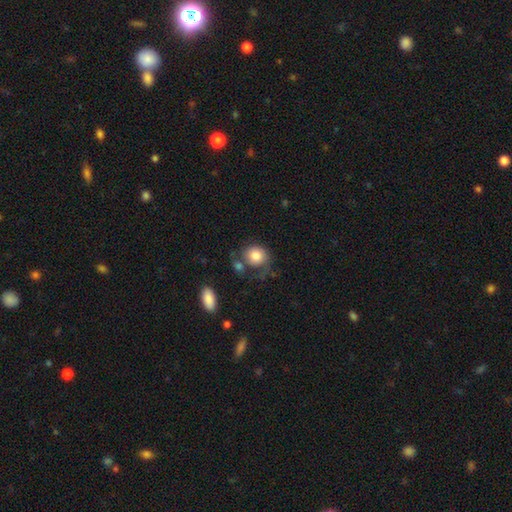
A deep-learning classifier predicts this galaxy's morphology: A smooth galaxy with no disk features (78%) that is round (73%).

Vote fractions:
- Smooth or featured? smooth: 78% / featured or disk: 14% / star or artifact: 7%
- How rounded? round: 73% / in between: 26% / cigar-shaped: 1%
- Merging? none: 42% / major disturbance: 22% / minor disturbance: 21% / merger: 15%